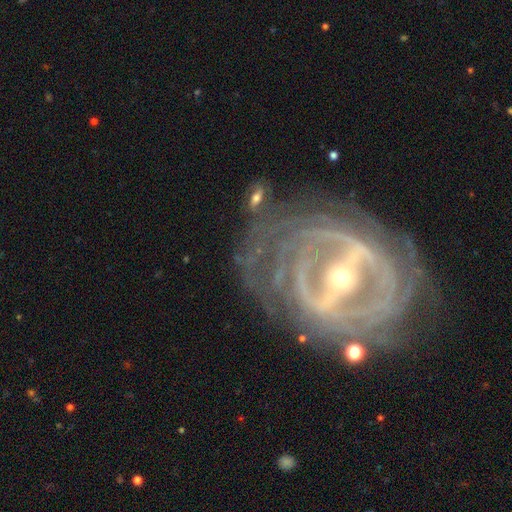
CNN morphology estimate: smooth-or-featured: featured or disk: 91% | star or artifact: 5% | smooth: 4%
  disk-edge-on: no: 93% | yes: 7%
    bar: strong: 79% | weak: 16% | no: 6%
    has-spiral-arms: yes: 85% | no: 15%
      spiral-winding: tight: 70% | medium: 22% | loose: 8%
      spiral-arm-count: can't tell: 40% | 2: 23% | 4: 12% | 3: 11% | more than 4: 9% | 1: 6%
    bulge-size: small: 56% | moderate: 39% | large: 3% | dominant: 1% | none: 1%
  merging: none: 70% | minor disturbance: 15% | major disturbance: 12% | merger: 3%